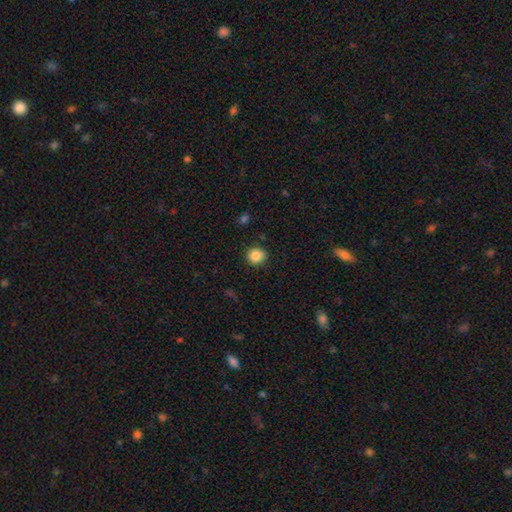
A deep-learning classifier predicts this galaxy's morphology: Smooth or featured: smooth — 86% (star or artifact — 10%)
How rounded: round — 86% (in between — 13%)
Merging: none — 90% (minor disturbance — 7%)